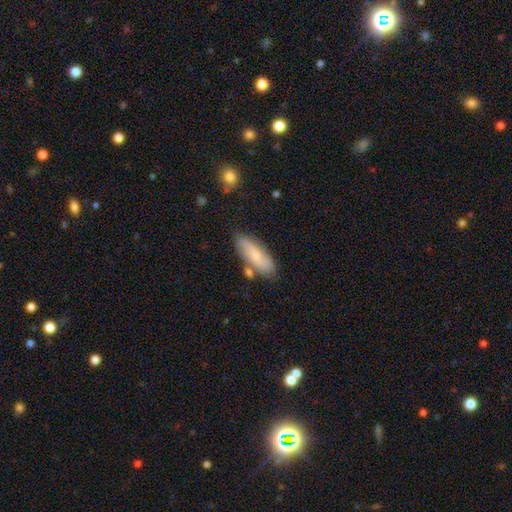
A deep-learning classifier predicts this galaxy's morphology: This appears to be a smooth galaxy with no disk features (63%) that is in between round and cigar-shaped (64%). Merging: none (70%).